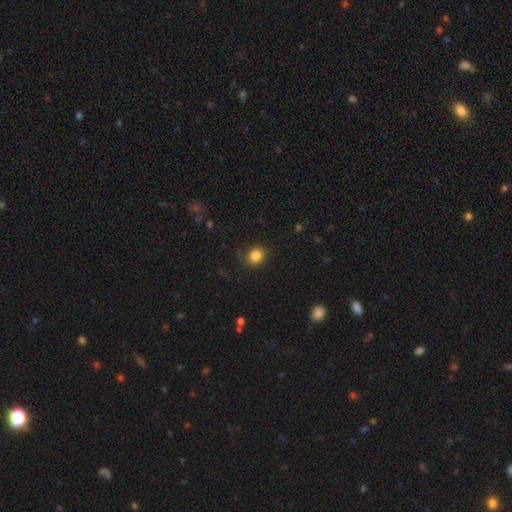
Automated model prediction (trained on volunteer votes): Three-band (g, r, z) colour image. It shows a smooth galaxy with no disk features (84%) that is round (71%). Merging: none (82%).